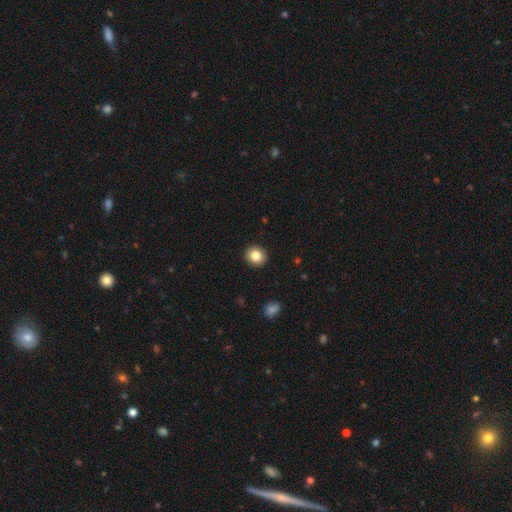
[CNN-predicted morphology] Smooth or featured? Predicted: smooth (p=0.83). How rounded? Predicted: round (p=0.78). Merging? Predicted: none (p=0.92).